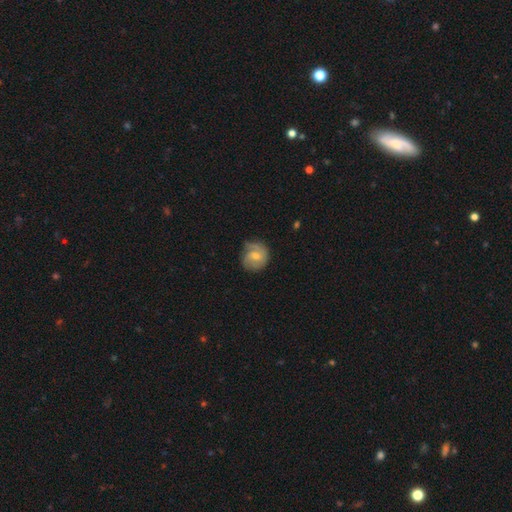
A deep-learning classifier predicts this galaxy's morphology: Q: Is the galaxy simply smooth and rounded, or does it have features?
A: featured or disk — 58%.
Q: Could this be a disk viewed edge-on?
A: no — 97%.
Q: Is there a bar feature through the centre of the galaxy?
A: no — 54%.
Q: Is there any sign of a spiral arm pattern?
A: yes — 86%.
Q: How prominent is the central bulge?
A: moderate — 53%.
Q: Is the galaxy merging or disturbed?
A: none — 62%.